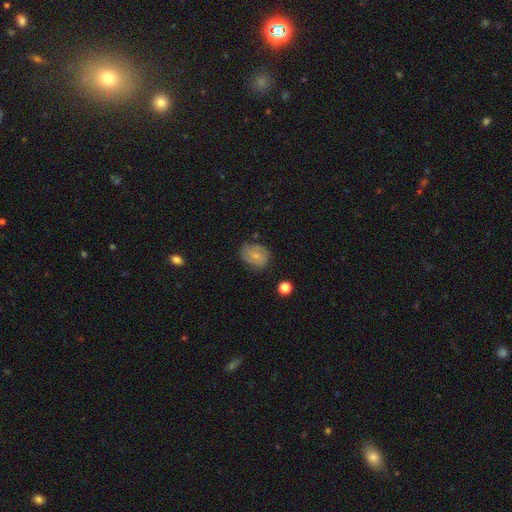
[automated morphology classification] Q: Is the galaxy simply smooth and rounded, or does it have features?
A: smooth — 53%.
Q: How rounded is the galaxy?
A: in between — 51%.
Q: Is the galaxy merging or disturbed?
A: none — 63%.